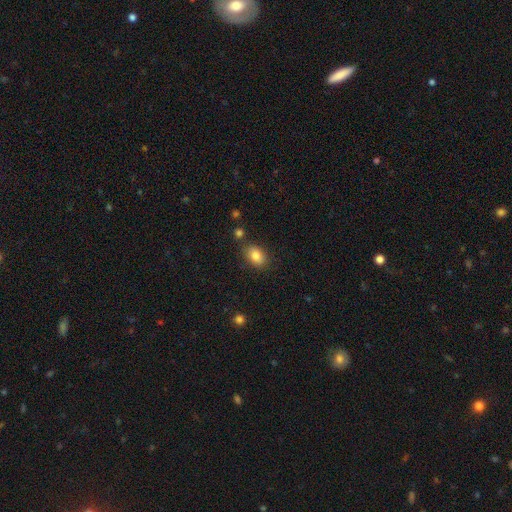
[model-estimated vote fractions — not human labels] smooth 84%, star or artifact 9%, featured or disk 7%. Down the decision tree: how rounded — in between (82%); merging — none (79%).